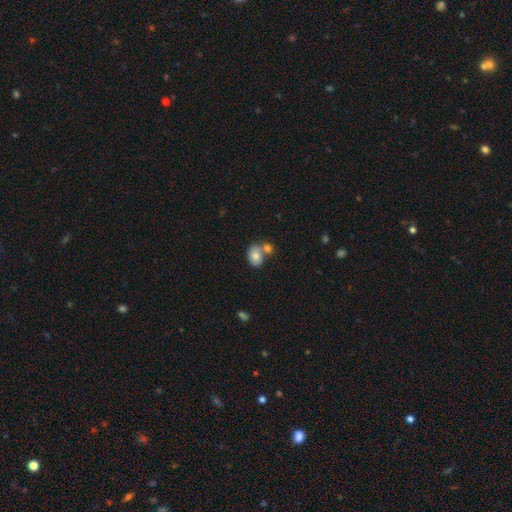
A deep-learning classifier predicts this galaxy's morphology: Smooth or featured?
  - smooth: 78% *
  - featured or disk: 13%
  - star or artifact: 9%
How rounded?
  - in between: 66% *
  - round: 33%
  - cigar-shaped: 1%
Merging?
  - none: 43% *
  - merger: 42%
  - minor disturbance: 11%
  - major disturbance: 4%